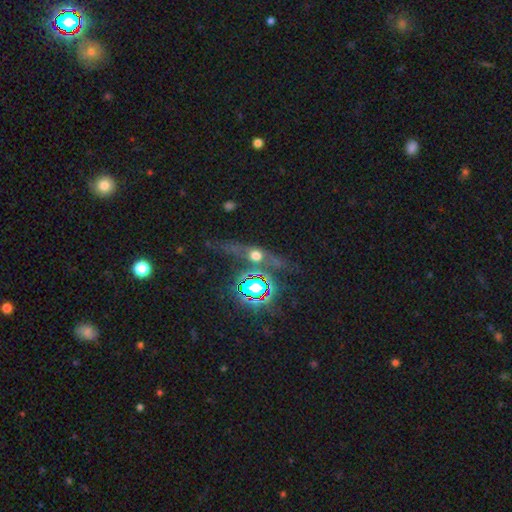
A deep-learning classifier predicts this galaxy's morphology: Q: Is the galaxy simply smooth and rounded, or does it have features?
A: featured or disk — 43%.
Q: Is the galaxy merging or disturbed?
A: none — 70%.